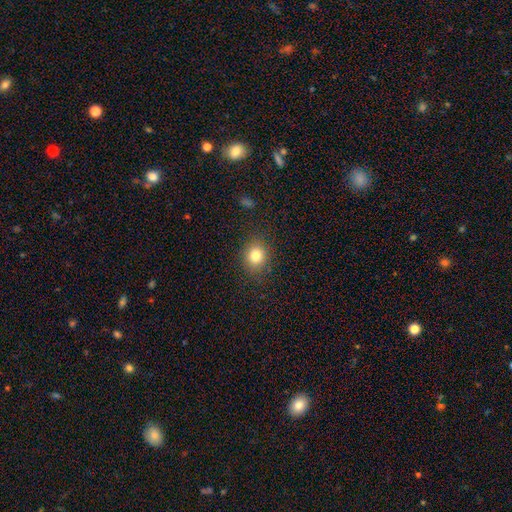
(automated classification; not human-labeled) The model was most divided on "how rounded": round: 70%, in between: 29%, cigar-shaped: 1%. More confident: merging — none (86%); smooth or featured — smooth (81%).